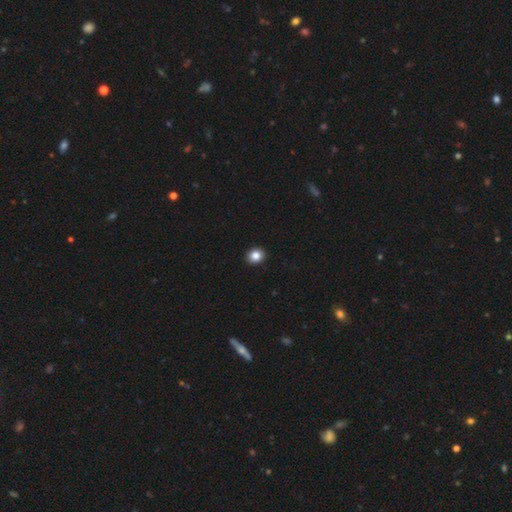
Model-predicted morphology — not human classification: This is clearly a smooth galaxy (84%). How rounded: likely round (76%). Merging: clearly none (93%).